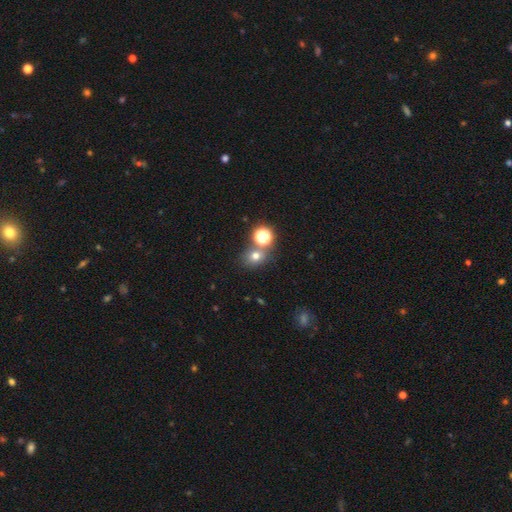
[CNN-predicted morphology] This appears to be a smooth galaxy with no disk features (67%) that is round (70%). Merging: none (67%).